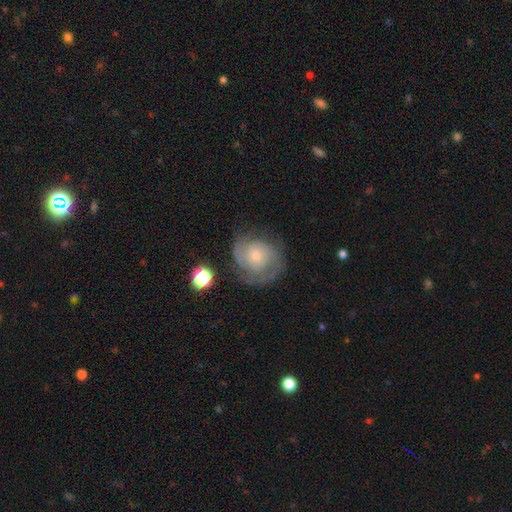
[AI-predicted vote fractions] This appears to be a featured or disk galaxy (76%) with no bar (70%), 2 (43%) tight (57%) spiral arms (92%) and a small central bulge (60%). Merging: none (67%).